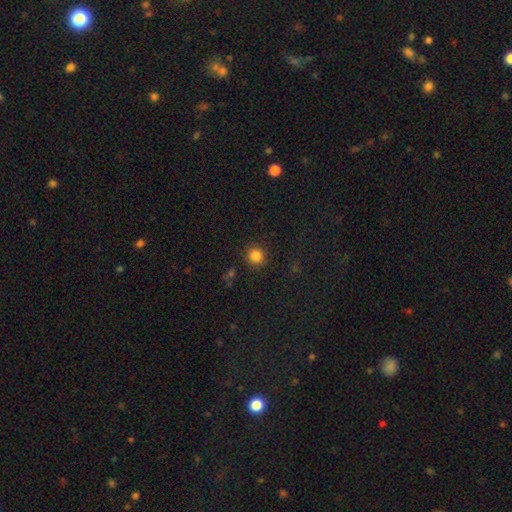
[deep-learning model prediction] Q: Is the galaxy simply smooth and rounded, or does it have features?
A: smooth — 84%.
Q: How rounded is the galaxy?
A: round — 93%.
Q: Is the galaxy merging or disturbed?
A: none — 89%.